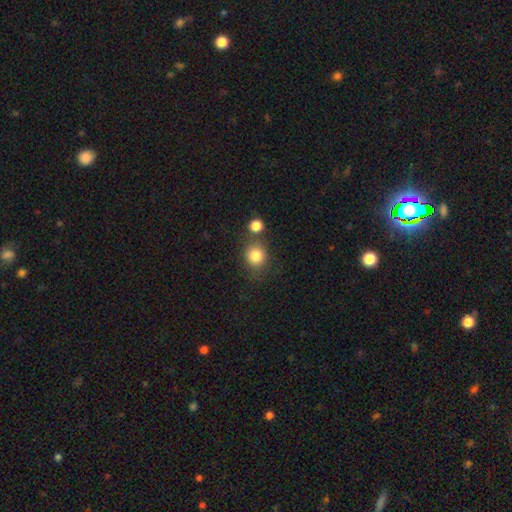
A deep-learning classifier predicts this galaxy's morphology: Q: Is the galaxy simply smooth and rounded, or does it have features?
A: smooth — 83%.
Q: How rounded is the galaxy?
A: round — 84%.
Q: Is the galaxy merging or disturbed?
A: none — 70%.